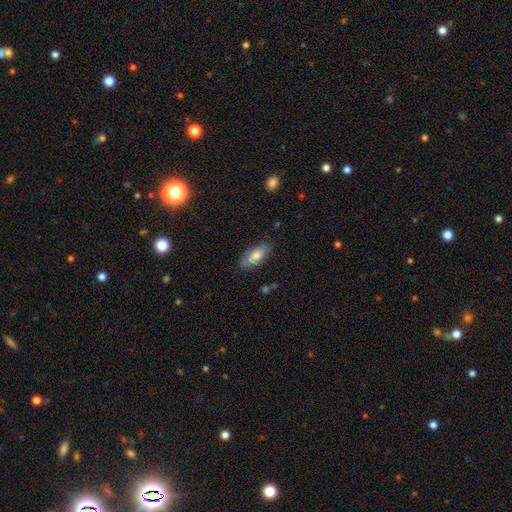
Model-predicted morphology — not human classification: Smooth or featured? smooth (70%)
How rounded? in between (84%)
Merging? none (74%)